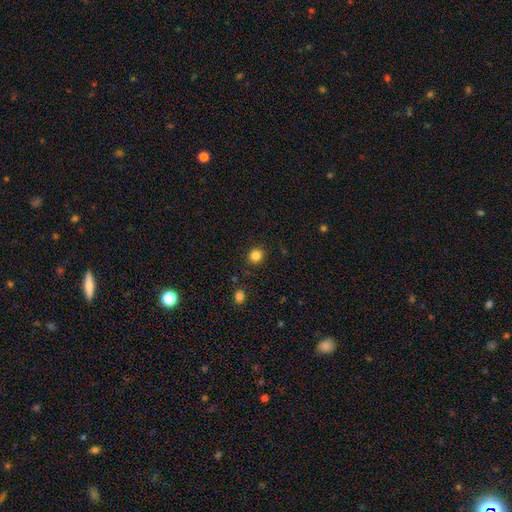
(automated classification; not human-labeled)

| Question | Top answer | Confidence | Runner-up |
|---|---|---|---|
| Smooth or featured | smooth | 84% | star or artifact (12%) |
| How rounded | round | 88% | in between (11%) |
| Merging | none | 90% | minor disturbance (6%) |